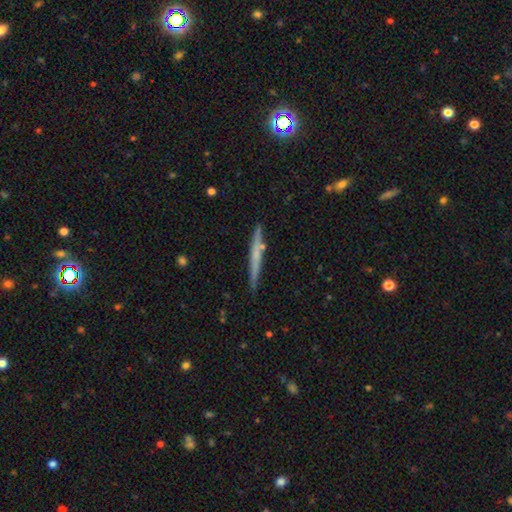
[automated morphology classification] Overall: featured or disk (50%; smooth 44%). Merging: none (85%).